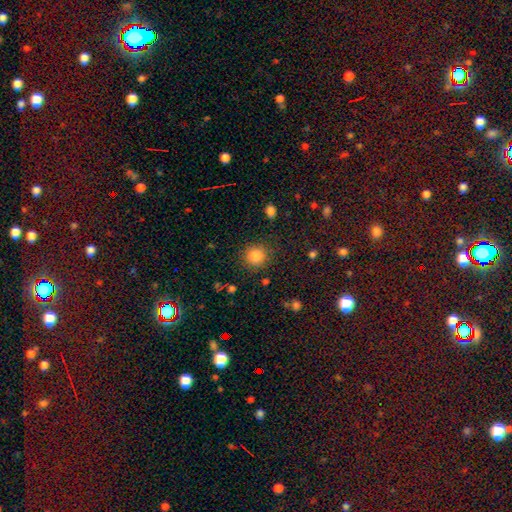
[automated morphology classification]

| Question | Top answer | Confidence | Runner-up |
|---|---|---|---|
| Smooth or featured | smooth | 85% | star or artifact (11%) |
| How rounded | round | 91% | in between (8%) |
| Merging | none | 86% | minor disturbance (8%) |